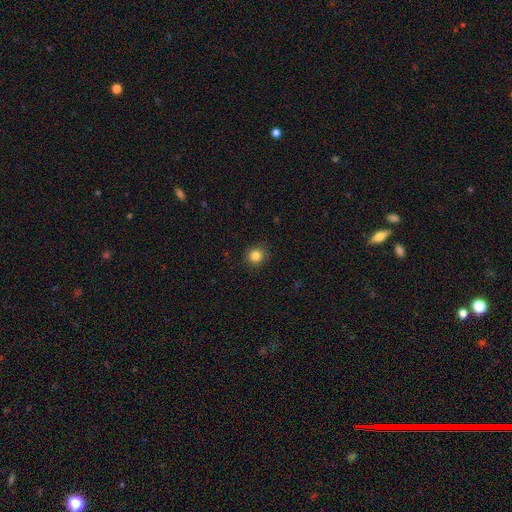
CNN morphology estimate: smooth-or-featured: smooth: 83% | star or artifact: 11% | featured or disk: 5%
  how-rounded: round: 92% | in between: 8% | cigar-shaped: 1%
  merging: none: 91% | minor disturbance: 7% | major disturbance: 2% | merger: 1%